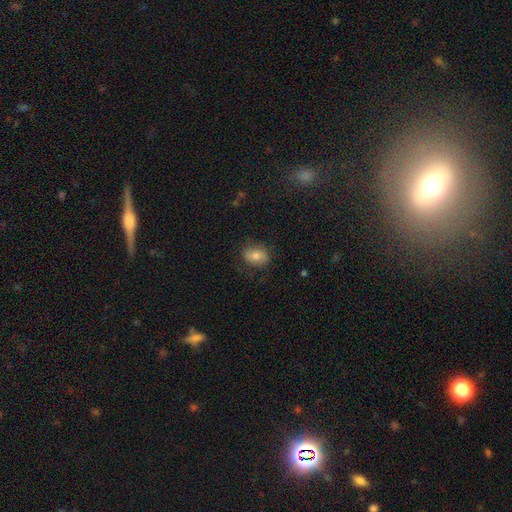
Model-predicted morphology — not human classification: smooth-or-featured: smooth: 69% | featured or disk: 22% | star or artifact: 10%
  how-rounded: in between: 64% | round: 35% | cigar-shaped: 1%
  merging: none: 79% | minor disturbance: 15% | major disturbance: 4% | merger: 1%